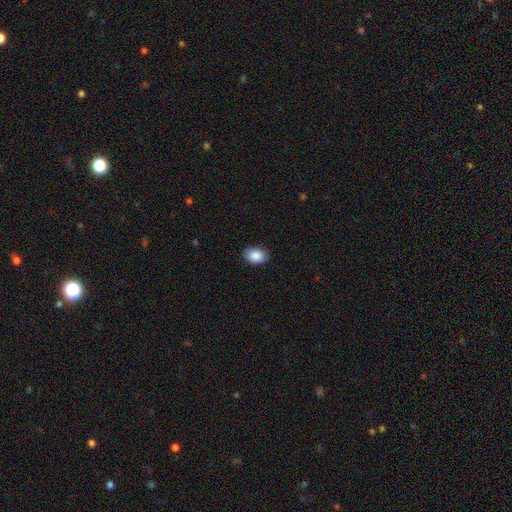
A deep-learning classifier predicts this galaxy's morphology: smooth_or_featured: smooth (p=0.89) [alt: star or artifact p=0.07]
how_rounded: in between (p=0.79) [alt: round p=0.20]
merging: none (p=0.86) [alt: minor disturbance p=0.11]